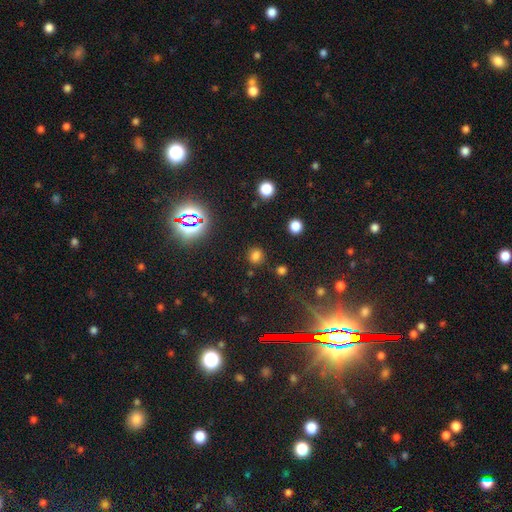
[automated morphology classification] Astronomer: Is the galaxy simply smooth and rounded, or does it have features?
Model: smooth — 69%.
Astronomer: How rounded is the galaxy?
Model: round — 71%.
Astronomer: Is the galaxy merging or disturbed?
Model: none — 84%.